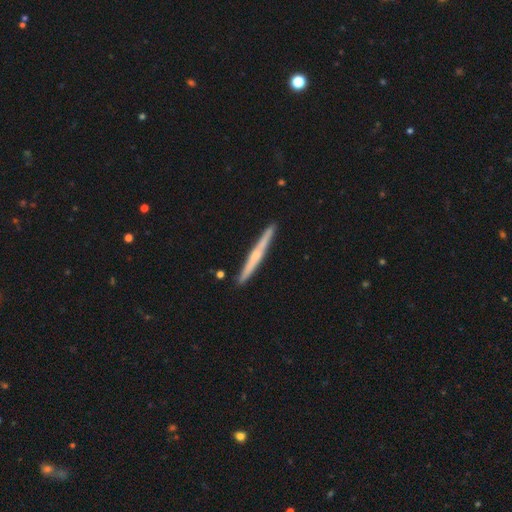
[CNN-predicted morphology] A featured or disk galaxy (62%) viewed edge-on (98%) with a rounded central bulge (47%). Merging: none (91%).